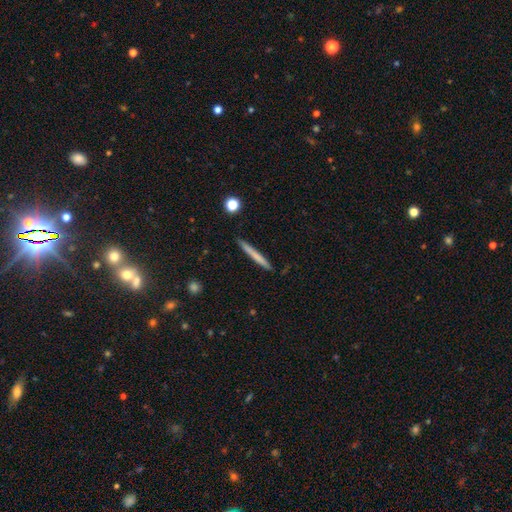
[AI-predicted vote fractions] Smooth or featured? Predicted: smooth (p=0.66). How rounded? Predicted: cigar-shaped (p=0.97). Merging? Predicted: none (p=0.91).